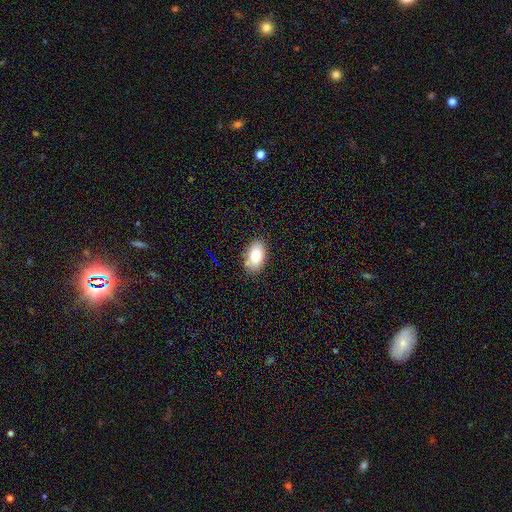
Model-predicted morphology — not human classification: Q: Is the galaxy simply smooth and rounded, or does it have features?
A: smooth — 80%.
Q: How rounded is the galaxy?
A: in between — 91%.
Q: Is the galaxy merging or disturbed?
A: none — 81%.